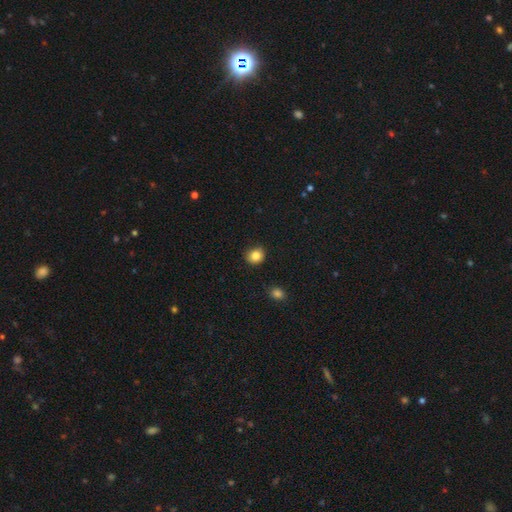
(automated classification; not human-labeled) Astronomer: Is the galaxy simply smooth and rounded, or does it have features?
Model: smooth — 83%.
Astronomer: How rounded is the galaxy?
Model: round — 83%.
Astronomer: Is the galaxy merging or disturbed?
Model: none — 88%.